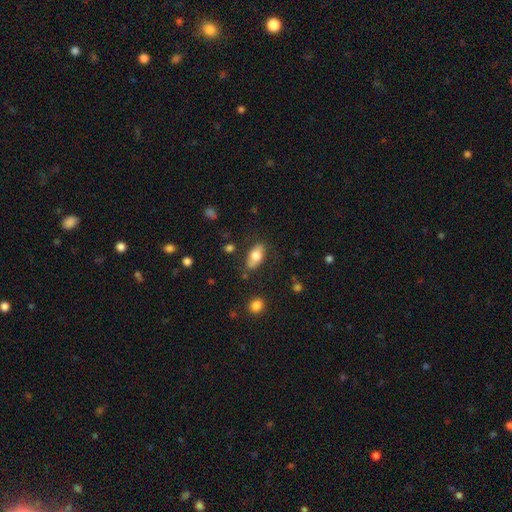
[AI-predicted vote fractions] The model was most divided on "smooth or featured": smooth: 71%, featured or disk: 22%, star or artifact: 7%. More confident: how rounded — in between (88%); merging — none (73%).